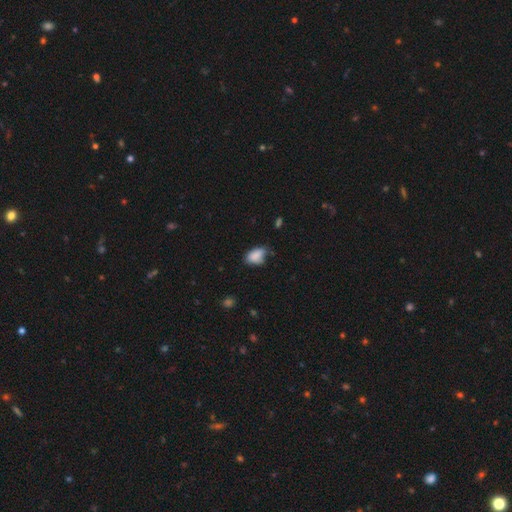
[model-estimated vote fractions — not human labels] A smooth galaxy with no disk features (85%) that is in between round and cigar-shaped (88%).

Vote fractions:
- Smooth or featured? smooth: 85% / star or artifact: 8% / featured or disk: 7%
- How rounded? in between: 88% / round: 10% / cigar-shaped: 2%
- Merging? none: 50% / minor disturbance: 38% / major disturbance: 9% / merger: 3%